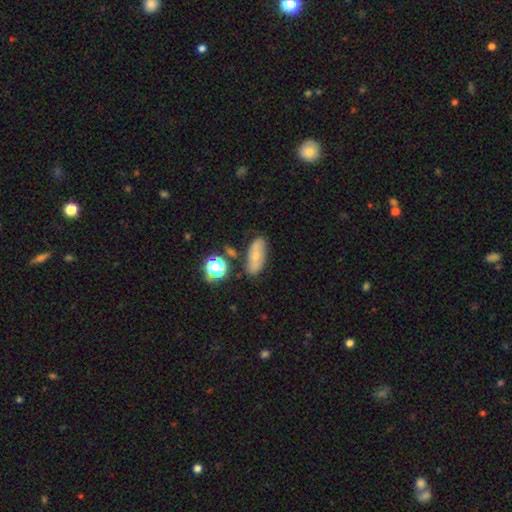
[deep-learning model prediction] This appears to be a smooth galaxy with no disk features (56%) that is in between round and cigar-shaped (75%). Merging: none (75%).